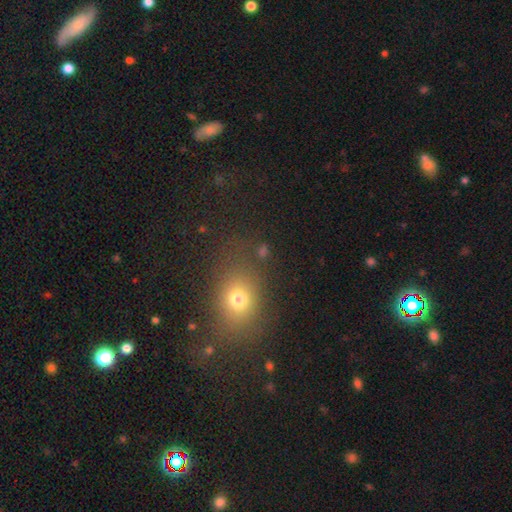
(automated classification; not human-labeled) A smooth galaxy with no disk features (65%) that is in between round and cigar-shaped (51%).

Vote fractions:
- Smooth or featured? smooth: 65% / star or artifact: 24% / featured or disk: 11%
- How rounded? in between: 51% / round: 47% / cigar-shaped: 2%
- Merging? none: 79% / minor disturbance: 12% / major disturbance: 6% / merger: 3%